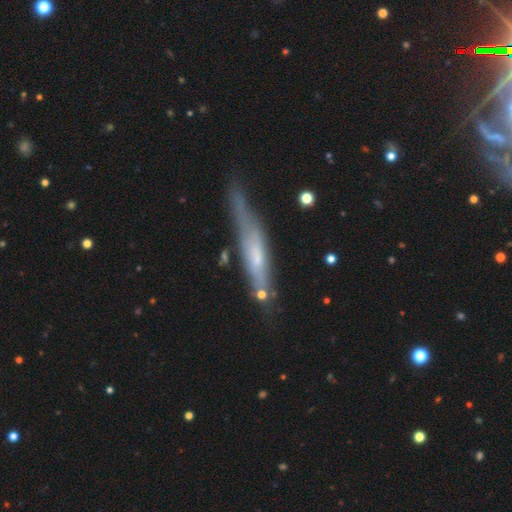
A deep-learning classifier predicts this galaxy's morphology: smooth_or_featured: featured or disk (p=0.56) [alt: smooth p=0.36]
disk_edge_on: yes (p=0.74) [alt: no p=0.26]
merging: none (p=0.51) [alt: minor disturbance p=0.28]